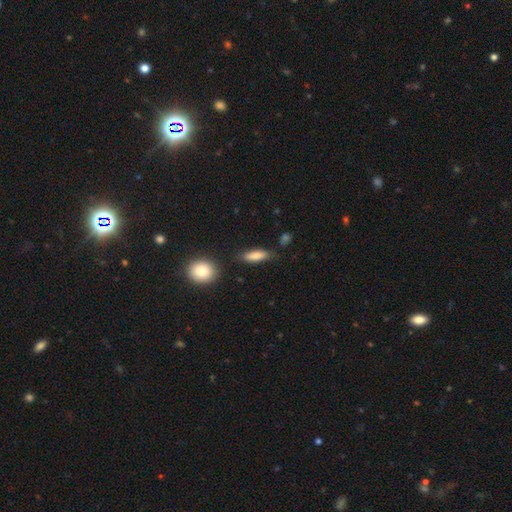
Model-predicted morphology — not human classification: type=smooth (78%); roundness=in between (51%); merging=none (77%).